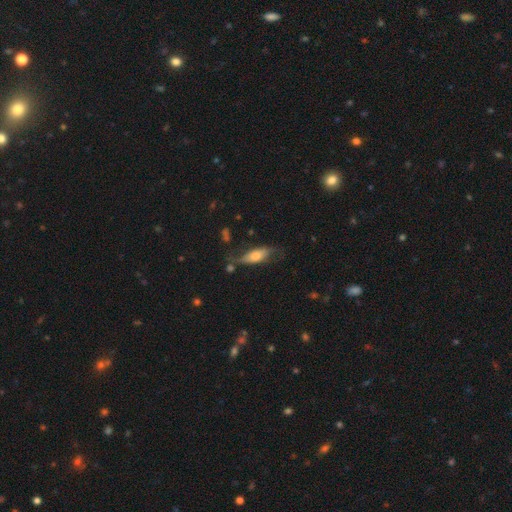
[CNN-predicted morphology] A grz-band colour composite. It shows a smooth galaxy with no disk features (51%) that is in between round and cigar-shaped (65%). Merging: none (54%).